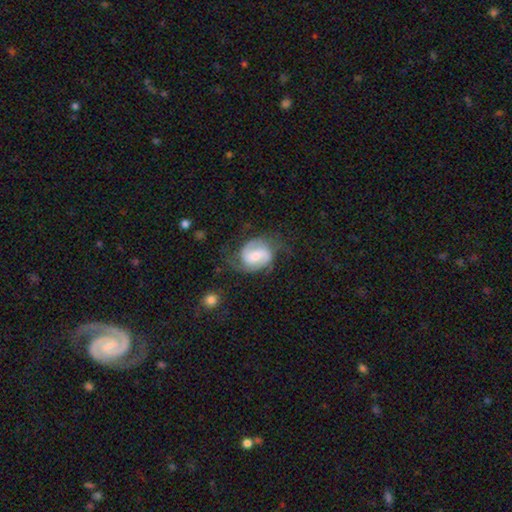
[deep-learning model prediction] Overall: featured or disk (78%). Edge-on disk: no (98%). Bar: weak (50%; strong 25%). Spiral arms: yes (95%). Spiral arm count: 2 (85%). Spiral winding: medium (51%; tight 27%). Bulge size: moderate (43%; small 38%). Merging: none (60%; minor disturbance 22%).